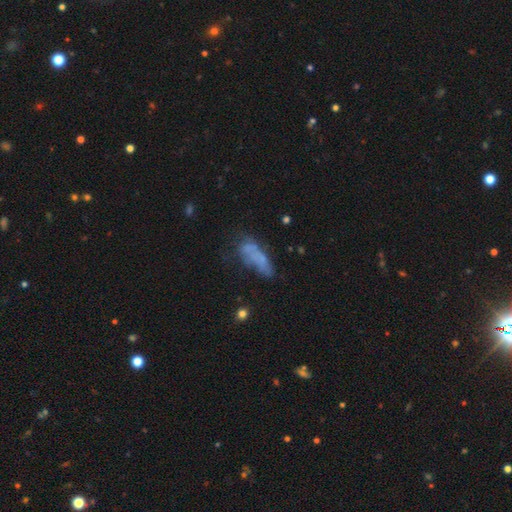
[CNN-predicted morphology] This appears to be a smooth galaxy with no disk features (53%) that is in between round and cigar-shaped (58%). Merging: none (40%).